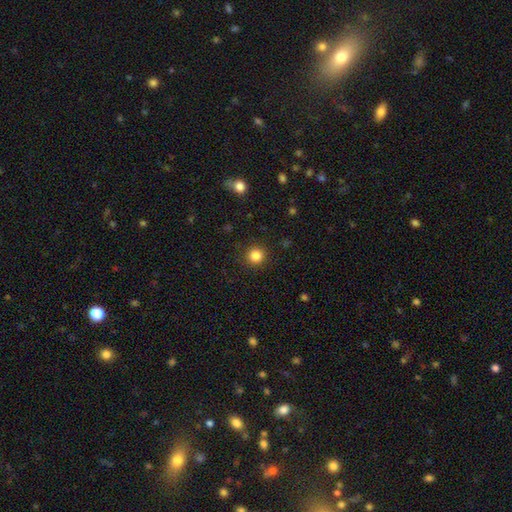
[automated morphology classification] This appears to be a smooth galaxy with no disk features (84%) that is round (94%). Merging: none (90%).